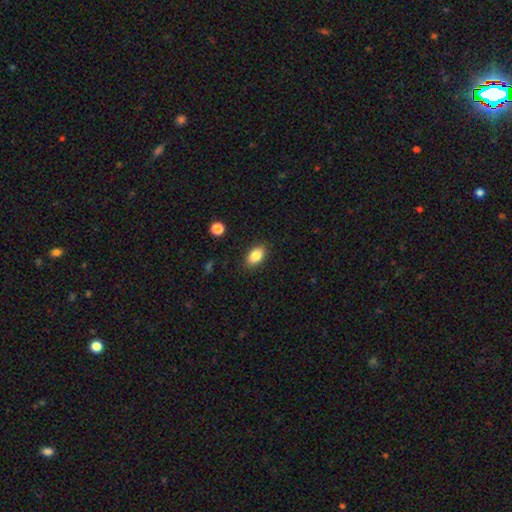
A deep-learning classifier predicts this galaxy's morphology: smooth-or-featured: smooth: 85% | star or artifact: 8% | featured or disk: 7%
  how-rounded: in between: 90% | round: 8% | cigar-shaped: 2%
  merging: none: 87% | minor disturbance: 9% | major disturbance: 2% | merger: 1%